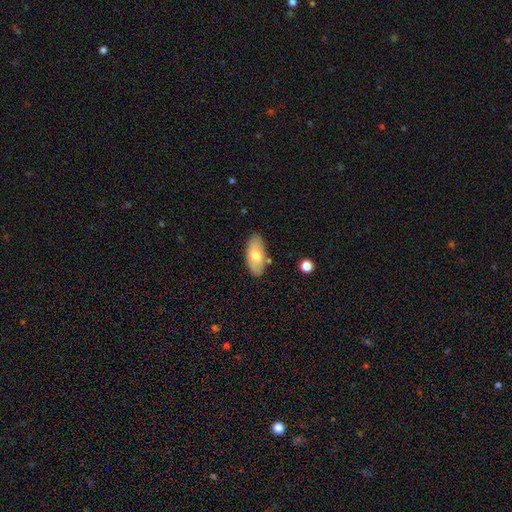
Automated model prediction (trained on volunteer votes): smooth_or_featured: smooth (p=0.70) [alt: featured or disk p=0.23]
how_rounded: in between (p=0.92) [alt: cigar-shaped p=0.05]
merging: none (p=0.82) [alt: minor disturbance p=0.12]